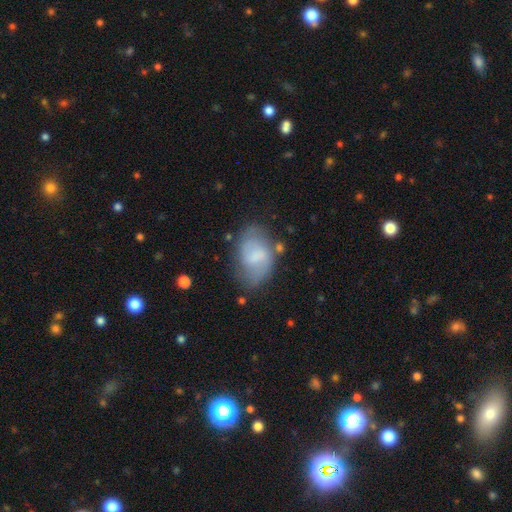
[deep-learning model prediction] featured or disk 50%, smooth 42%, star or artifact 8%. Down the decision tree: edge-on disk — no (97%); merging — none (63%).